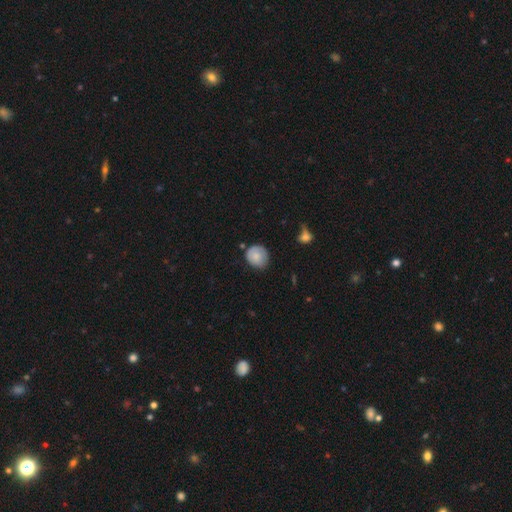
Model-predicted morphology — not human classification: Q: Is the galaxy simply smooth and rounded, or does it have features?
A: smooth — 76%.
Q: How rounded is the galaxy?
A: round — 78%.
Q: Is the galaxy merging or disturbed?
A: none — 63%.